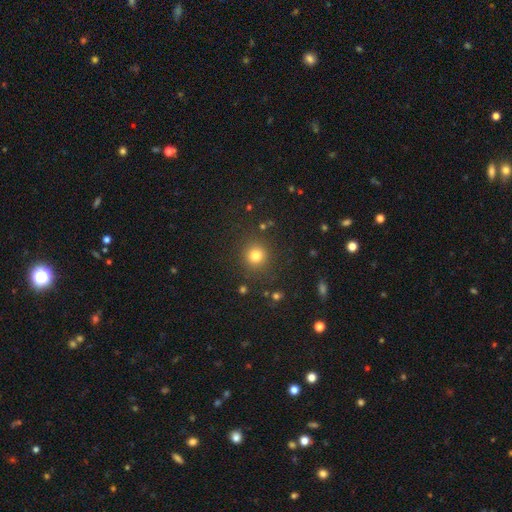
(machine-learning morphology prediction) The model was most divided on "smooth or featured": smooth: 80%, star or artifact: 14%, featured or disk: 6%. More confident: how rounded — round (92%); merging — none (88%).